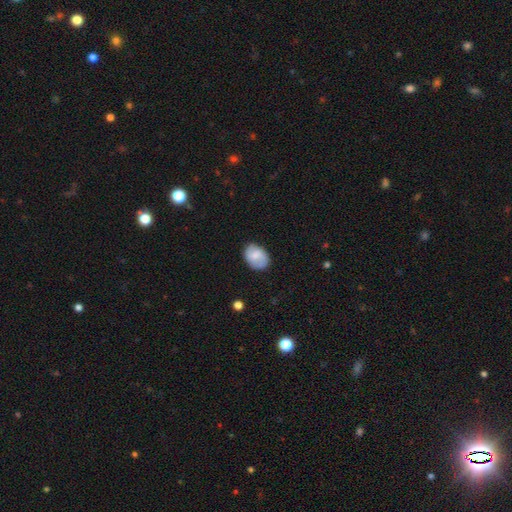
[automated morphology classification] Smooth or featured? Predicted: smooth (p=0.65). How rounded? Predicted: in between (p=0.72). Merging? Predicted: none (p=0.76).